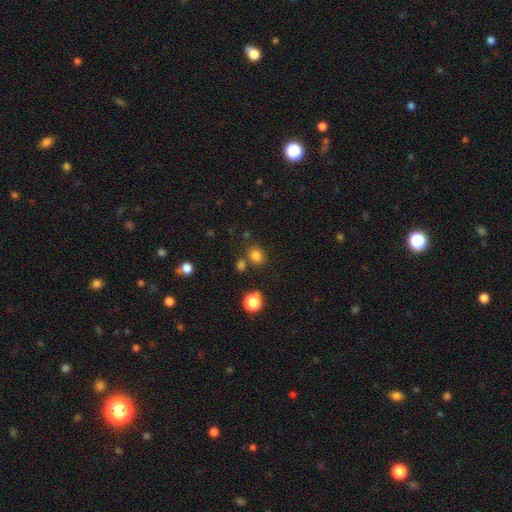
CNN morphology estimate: smooth 79%, star or artifact 16%, featured or disk 5%. Down the decision tree: how rounded — round (63%); merging — none (74%).